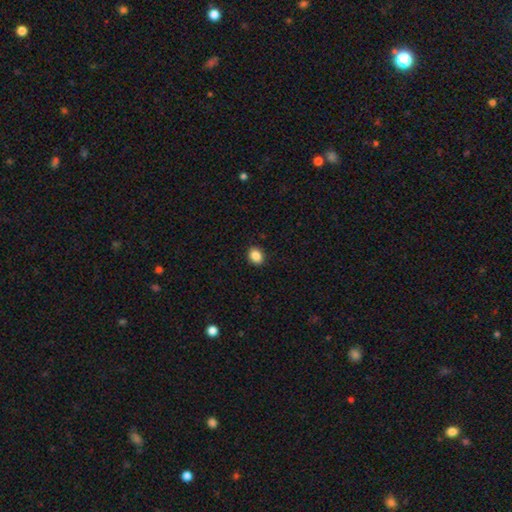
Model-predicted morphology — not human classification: This is clearly a smooth galaxy (88%). How rounded: possibly in between (50%). Merging: clearly none (91%).